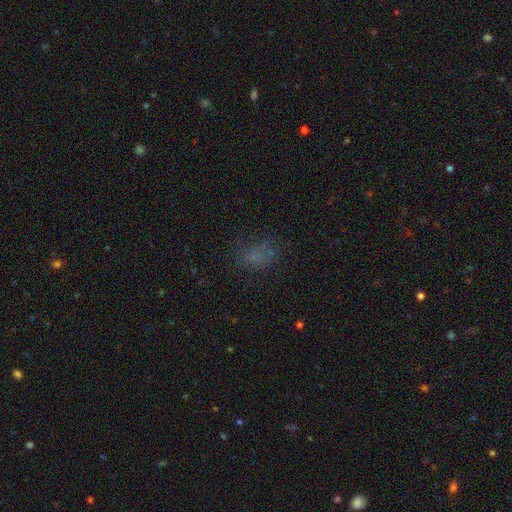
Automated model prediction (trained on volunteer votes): Overall: smooth (58%; star or artifact 26%). How rounded: in between (77%). Merging: none (55%; minor disturbance 21%).